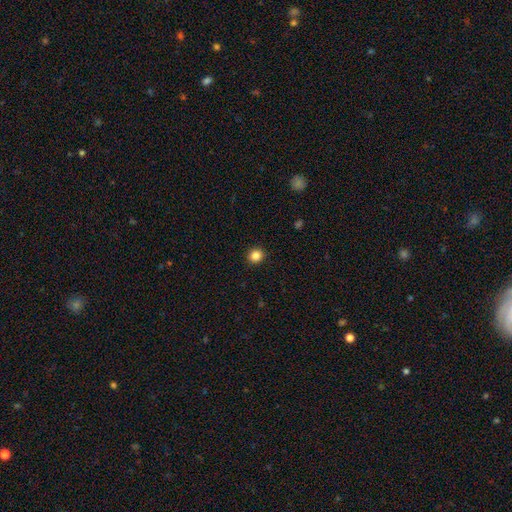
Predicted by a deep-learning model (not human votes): Smooth or featured: smooth — 85% (star or artifact — 11%)
How rounded: round — 87% (in between — 12%)
Merging: none — 93% (minor disturbance — 5%)